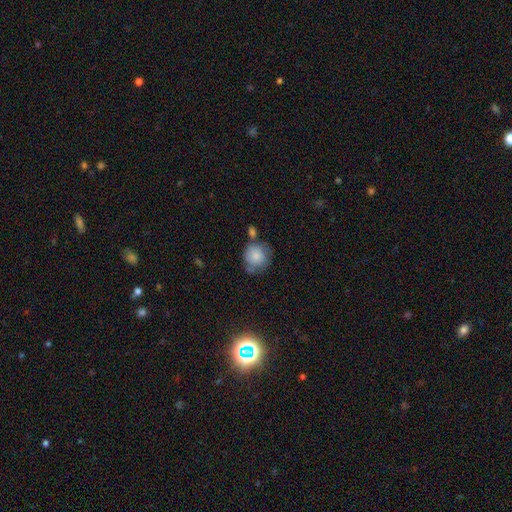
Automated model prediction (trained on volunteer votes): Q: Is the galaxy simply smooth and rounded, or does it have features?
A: smooth — 78%.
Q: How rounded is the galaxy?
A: round — 87%.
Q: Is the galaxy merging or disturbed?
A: none — 51%.